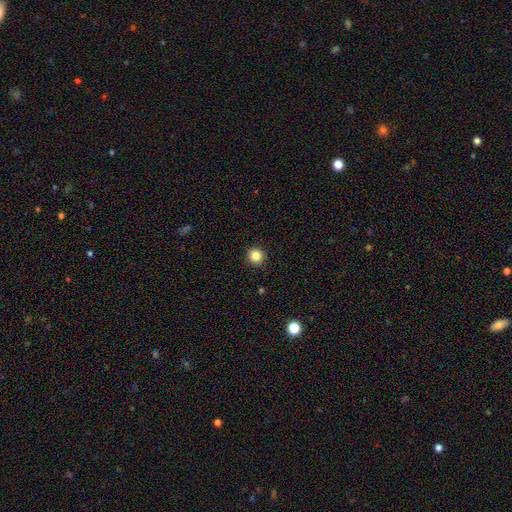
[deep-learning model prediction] A smooth galaxy with no disk features (84%) that is round (95%). Merging: none (93%).